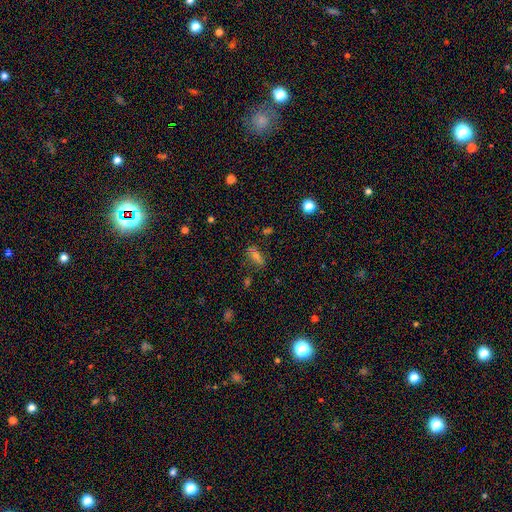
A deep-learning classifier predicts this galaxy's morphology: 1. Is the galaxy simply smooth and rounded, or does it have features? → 56% smooth, 26% star or artifact, 18% featured or disk.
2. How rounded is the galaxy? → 65% in between, 26% cigar-shaped, 10% round.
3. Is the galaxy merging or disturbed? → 72% none, 17% minor disturbance, 7% major disturbance, 4% merger.